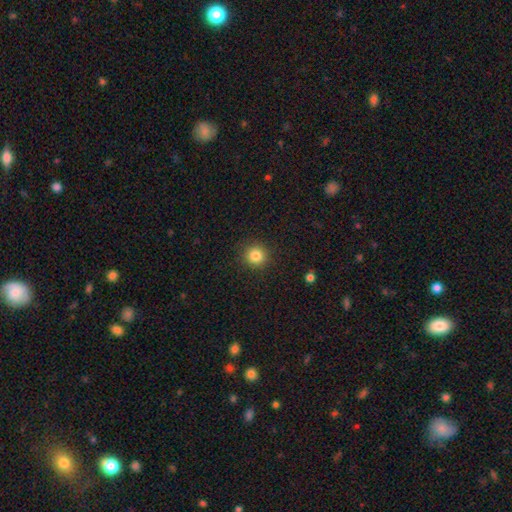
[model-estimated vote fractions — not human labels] This appears to be a smooth galaxy with no disk features (83%) that is round (94%). Merging: none (91%).